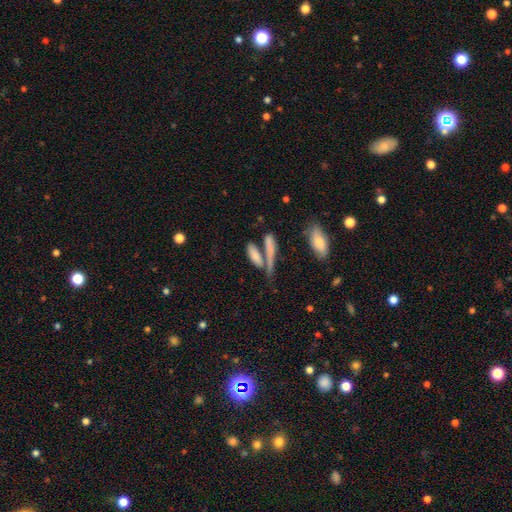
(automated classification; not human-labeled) A smooth galaxy with no disk features (69%) that is cigar-shaped (55%).

Vote fractions:
- Smooth or featured? smooth: 69% / featured or disk: 21% / star or artifact: 10%
- How rounded? cigar-shaped: 55% / in between: 41% / round: 4%
- Merging? none: 46% / merger: 34% / minor disturbance: 12% / major disturbance: 8%